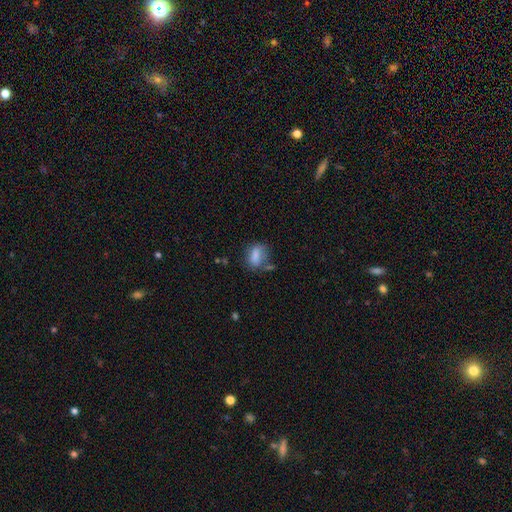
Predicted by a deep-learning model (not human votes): smooth_or_featured: smooth (p=0.77) [alt: featured or disk p=0.13]
how_rounded: in between (p=0.76) [alt: round p=0.19]
merging: none (p=0.51) [alt: minor disturbance p=0.27]